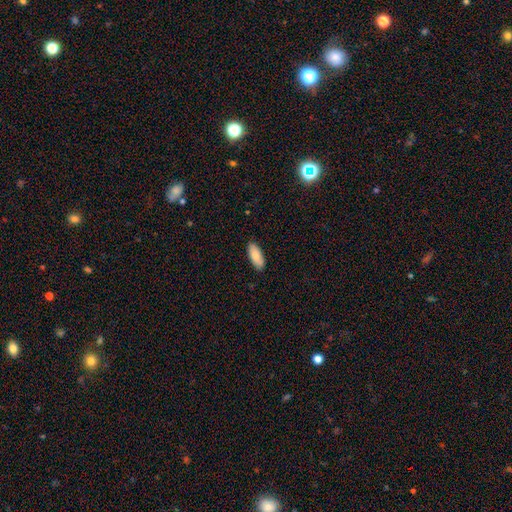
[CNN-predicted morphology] smooth_or_featured: smooth (p=0.87) [alt: featured or disk p=0.07]
how_rounded: in between (p=0.83) [alt: cigar-shaped p=0.15]
merging: none (p=0.88) [alt: minor disturbance p=0.09]